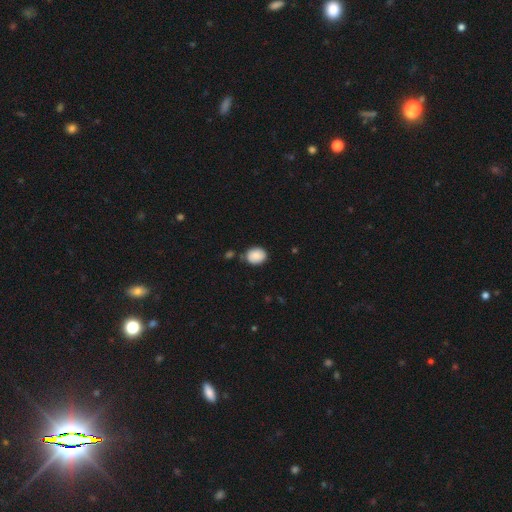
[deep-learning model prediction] Smooth or featured? Predicted: smooth (p=0.85). How rounded? Predicted: round (p=0.58). Merging? Predicted: none (p=0.73).